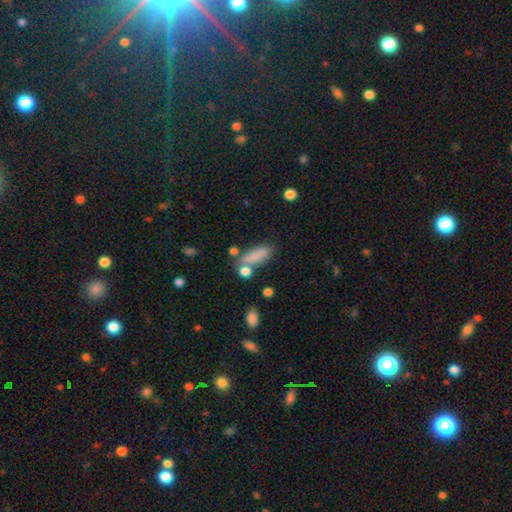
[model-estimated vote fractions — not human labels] Smooth or featured? Predicted: smooth (p=0.81). How rounded? Predicted: in between (p=0.58). Merging? Predicted: none (p=0.53).